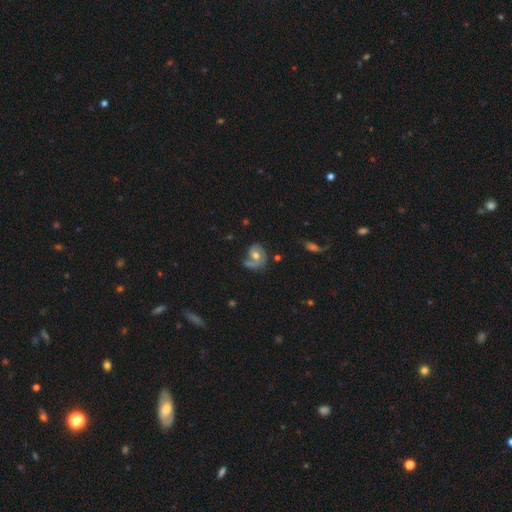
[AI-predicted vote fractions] Smooth or featured? Predicted: featured or disk (p=0.66). Edge-on disk? Predicted: no (p=0.97). Bar? Predicted: no (p=0.70). Spiral arms? Predicted: yes (p=0.83). Spiral winding? Predicted: medium (p=0.39). Spiral arm count? Predicted: 1 (p=0.49). Bulge size? Predicted: moderate (p=0.71). Merging? Predicted: none (p=0.47).